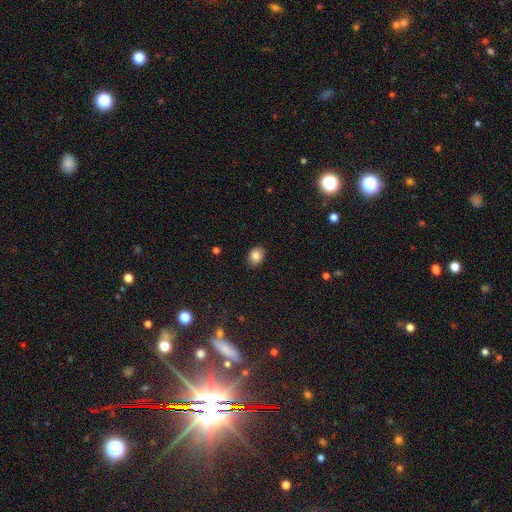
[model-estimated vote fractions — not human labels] Q: Smooth or featured?
A: smooth (85%); runner-up: star or artifact (9%)
Q: How rounded?
A: in between (57%); runner-up: round (42%)
Q: Merging?
A: none (88%); runner-up: minor disturbance (9%)